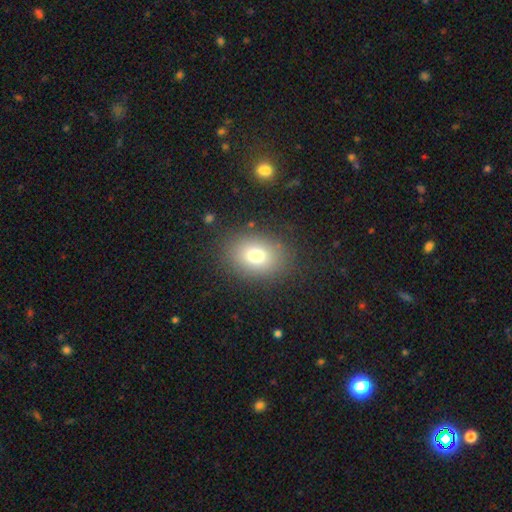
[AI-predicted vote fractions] The model was most divided on "how rounded": in between: 63%, round: 36%, cigar-shaped: 1%. More confident: merging — none (84%); smooth or featured — smooth (76%).